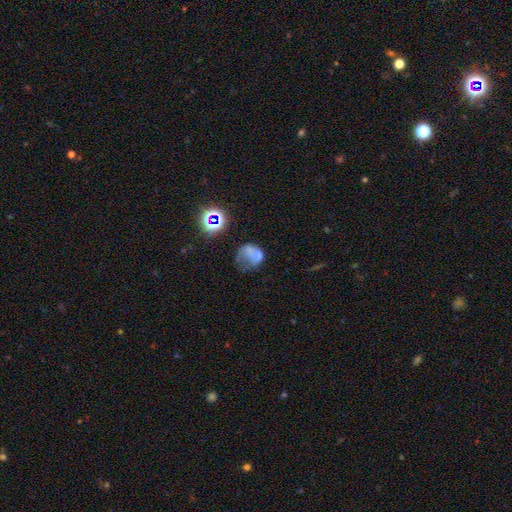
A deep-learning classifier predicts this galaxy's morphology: Smooth or featured? Predicted: smooth (p=0.48). Merging? Predicted: major disturbance (p=0.38).